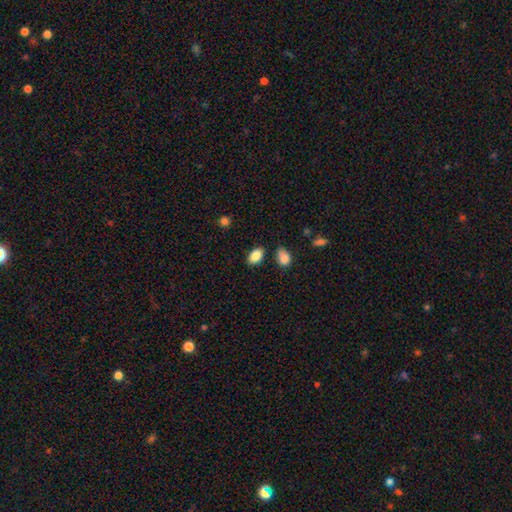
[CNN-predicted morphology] A smooth galaxy with no disk features (87%) that is in between round and cigar-shaped (90%). Merging: none (76%).